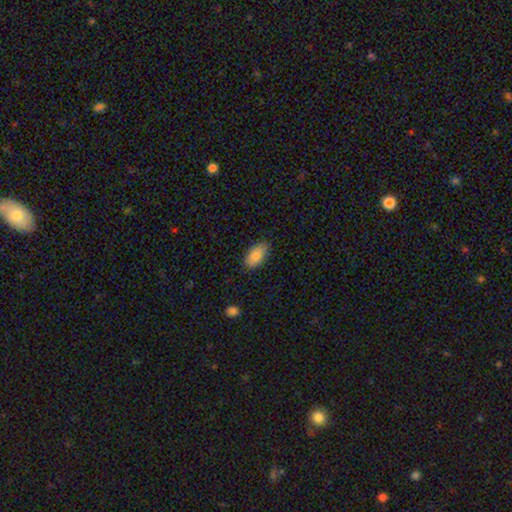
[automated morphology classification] smooth_or_featured: smooth (p=0.82) [alt: featured or disk p=0.11]
how_rounded: in between (p=0.93) [alt: round p=0.04]
merging: none (p=0.81) [alt: minor disturbance p=0.15]